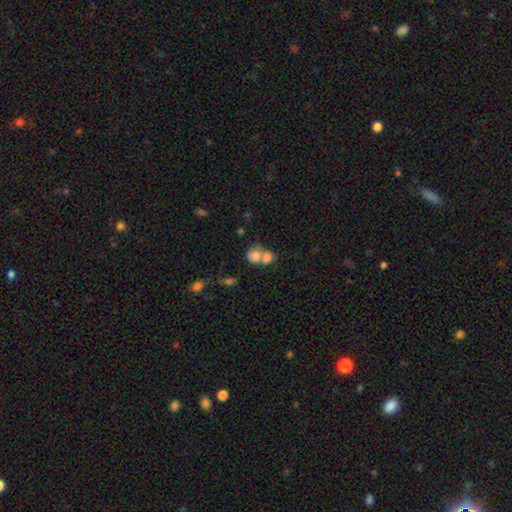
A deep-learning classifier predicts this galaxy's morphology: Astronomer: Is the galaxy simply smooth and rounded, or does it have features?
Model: smooth — 75%.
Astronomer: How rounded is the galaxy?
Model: round — 61% (runner-up: in between, 37%).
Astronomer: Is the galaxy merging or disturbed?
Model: merger — 67%.